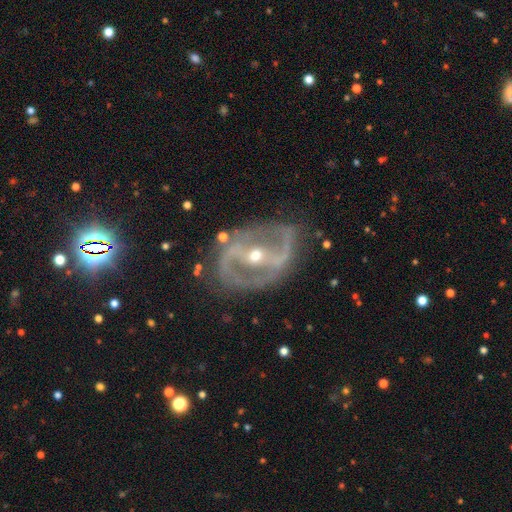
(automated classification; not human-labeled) This appears to be a featured or disk galaxy (88%) with a strong bar (59%), 2 (85%) medium (48%) spiral arms (83%) and a moderate central bulge (61%). Merging: none (75%).